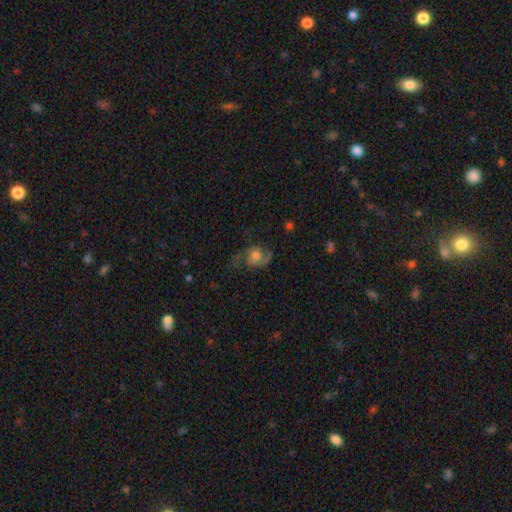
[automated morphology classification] type=featured or disk (61%); edge-on=no (96%); bar=no (74%); spiral arms=yes (87%); winding=loose (45%); arm count=2 (77%); bulge=moderate (42%); merging=none (51%).